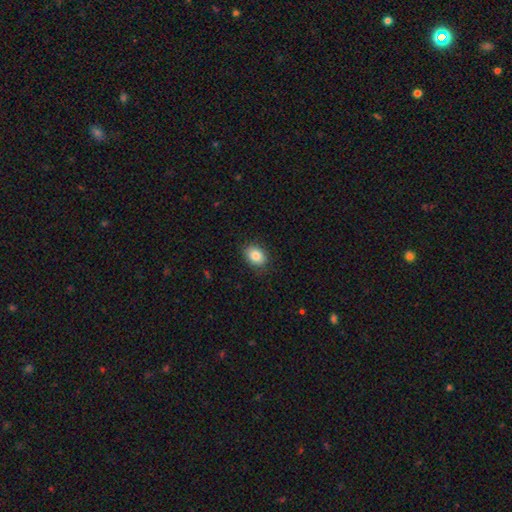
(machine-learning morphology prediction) smooth_or_featured: smooth (p=0.84) [alt: star or artifact p=0.09]
how_rounded: in between (p=0.63) [alt: round p=0.36]
merging: none (p=0.85) [alt: minor disturbance p=0.11]